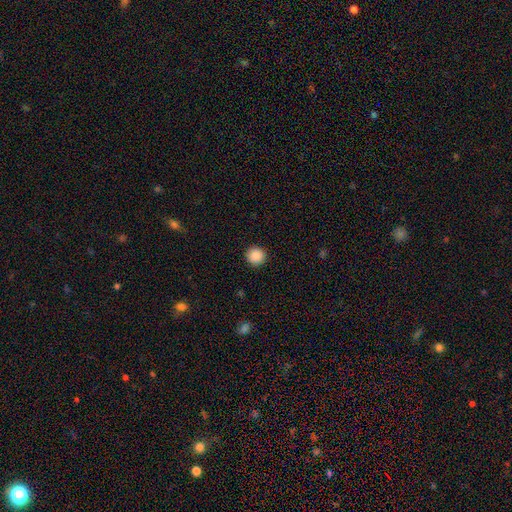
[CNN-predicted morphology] A smooth galaxy with no disk features (88%) that is round (95%).

Vote fractions:
- Smooth or featured? smooth: 88% / star or artifact: 9% / featured or disk: 2%
- How rounded? round: 95% / in between: 4% / cigar-shaped: 1%
- Merging? none: 92% / minor disturbance: 5% / major disturbance: 2% / merger: 1%